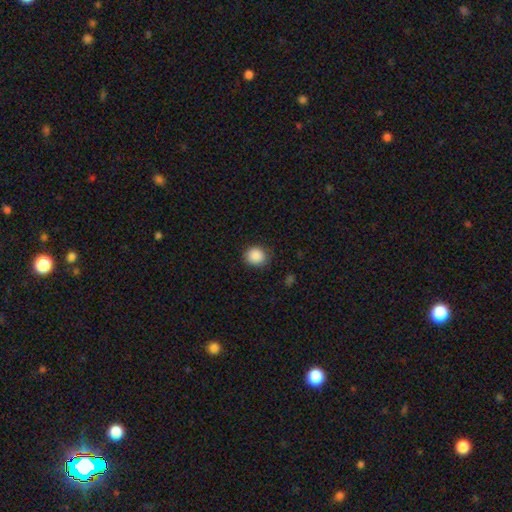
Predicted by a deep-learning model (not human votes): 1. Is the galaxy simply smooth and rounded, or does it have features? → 89% smooth, 9% star or artifact, 2% featured or disk.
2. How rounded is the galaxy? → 85% round, 14% in between, 1% cigar-shaped.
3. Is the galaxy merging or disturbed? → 86% none, 10% minor disturbance, 3% major disturbance, 1% merger.